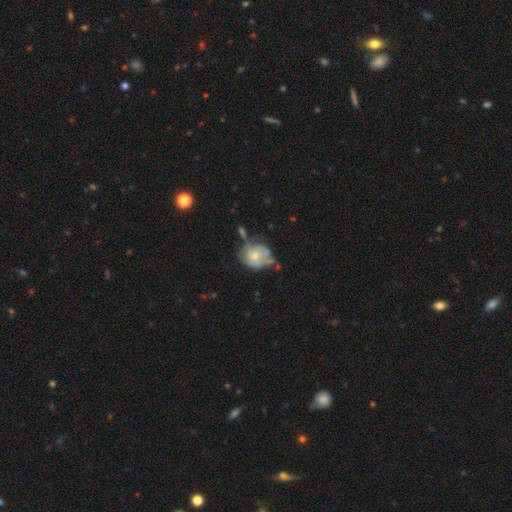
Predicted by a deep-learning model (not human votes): Overall: smooth (48%; featured or disk 44%). Merging: none (38%; minor disturbance 32%).